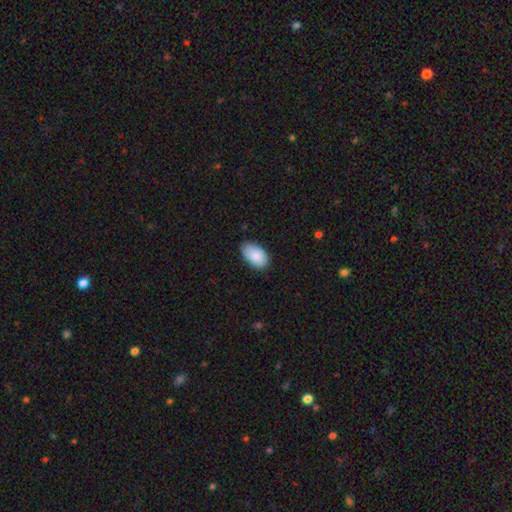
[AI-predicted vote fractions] Smooth or featured?
  - smooth: 86% *
  - featured or disk: 7%
  - star or artifact: 6%
How rounded?
  - in between: 94% *
  - round: 5%
  - cigar-shaped: 1%
Merging?
  - none: 77% *
  - minor disturbance: 19%
  - major disturbance: 3%
  - merger: 1%